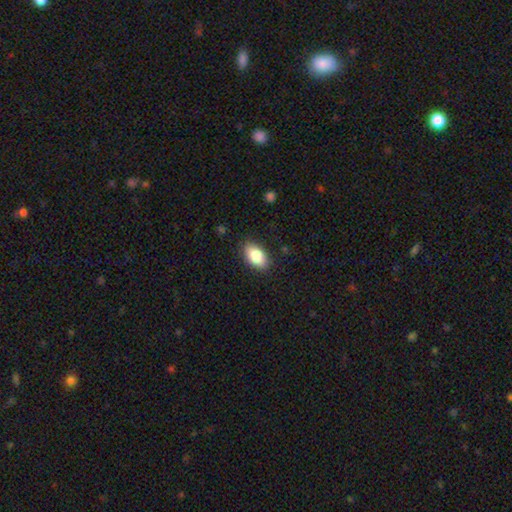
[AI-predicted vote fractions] This appears to be a smooth galaxy with no disk features (85%) that is in between round and cigar-shaped (92%). Merging: none (86%).